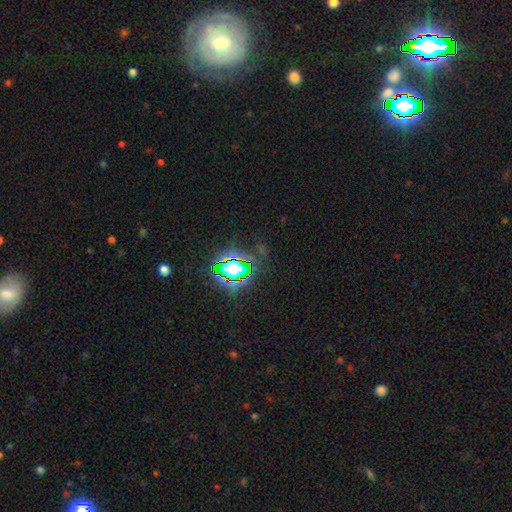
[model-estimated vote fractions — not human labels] star or artifact 79%, smooth 12%, featured or disk 9%.